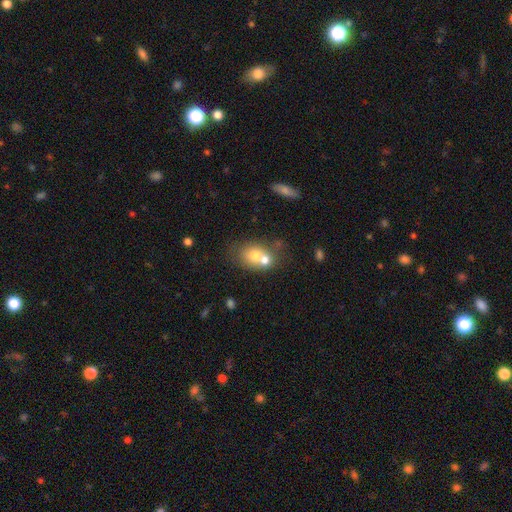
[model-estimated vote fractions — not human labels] This is likely a smooth galaxy (66%). How rounded: possibly round (51%). Merging: possibly merger (55%).